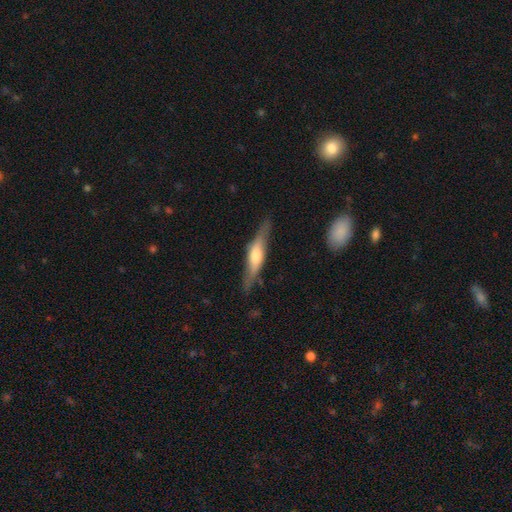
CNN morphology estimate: Q: Smooth or featured?
A: featured or disk (61%); runner-up: smooth (34%)
Q: Edge-on disk?
A: yes (91%); runner-up: no (9%)
Q: Edge-on bulge?
A: rounded (77%); runner-up: boxy (16%)
Q: Merging?
A: none (81%); runner-up: minor disturbance (14%)